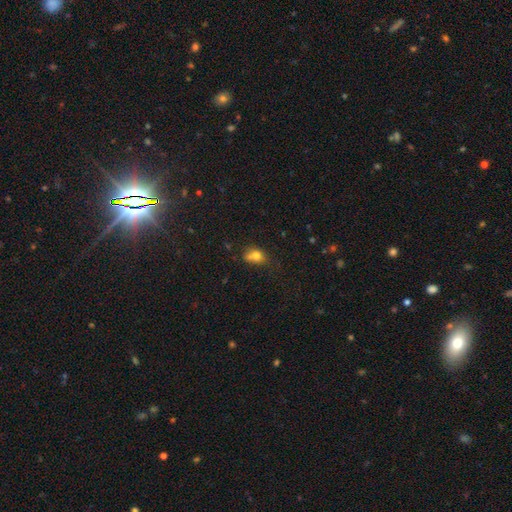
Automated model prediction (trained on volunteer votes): smooth 75%, star or artifact 13%, featured or disk 13%. Down the decision tree: how rounded — in between (54%); merging — none (39%).